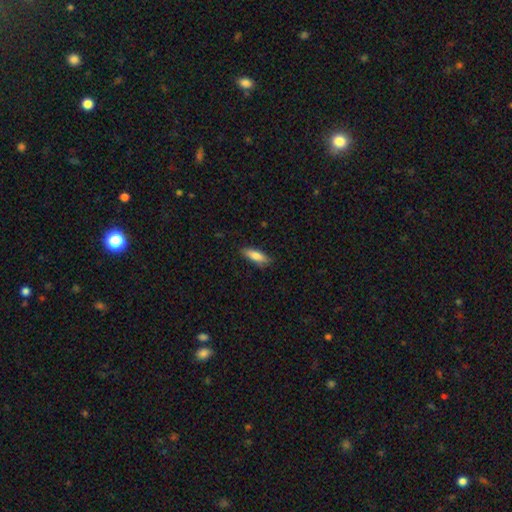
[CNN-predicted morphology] This is clearly a smooth galaxy (84%). How rounded: possibly in between (56%). Merging: clearly none (83%).